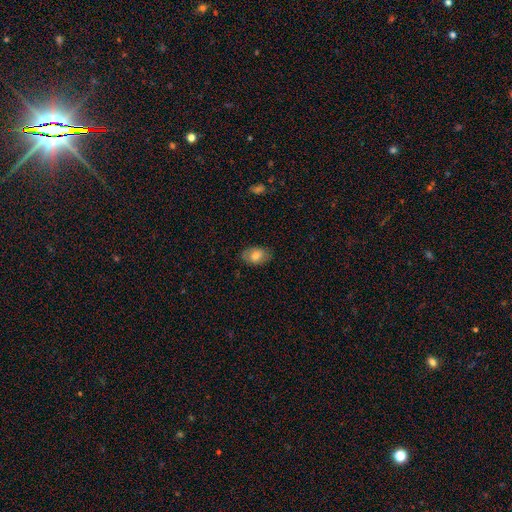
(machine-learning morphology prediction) smooth-or-featured: smooth: 72% | featured or disk: 20% | star or artifact: 8%
  how-rounded: in between: 86% | round: 13% | cigar-shaped: 1%
  merging: none: 80% | minor disturbance: 15% | major disturbance: 4% | merger: 1%